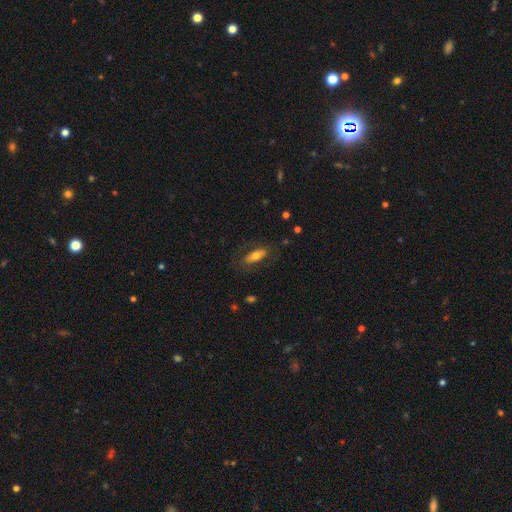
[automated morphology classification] A smooth galaxy with no disk features (63%) that is in between round and cigar-shaped (70%).

Vote fractions:
- Smooth or featured? smooth: 63% / featured or disk: 29% / star or artifact: 7%
- How rounded? in between: 70% / cigar-shaped: 27% / round: 3%
- Merging? none: 75% / minor disturbance: 15% / major disturbance: 9% / merger: 1%